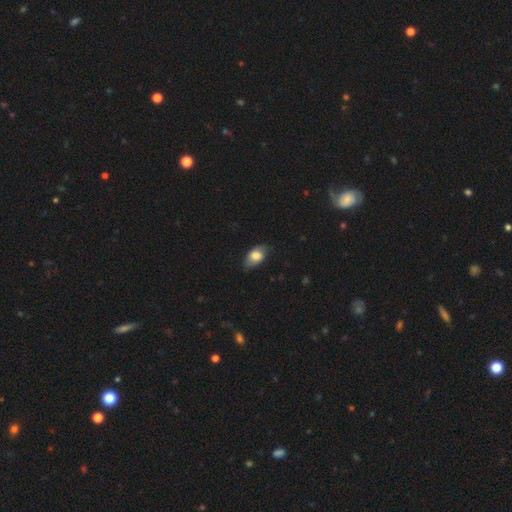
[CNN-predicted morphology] Smooth or featured: smooth — 73% (featured or disk — 20%)
How rounded: in between — 89% (round — 8%)
Merging: none — 70% (minor disturbance — 24%)